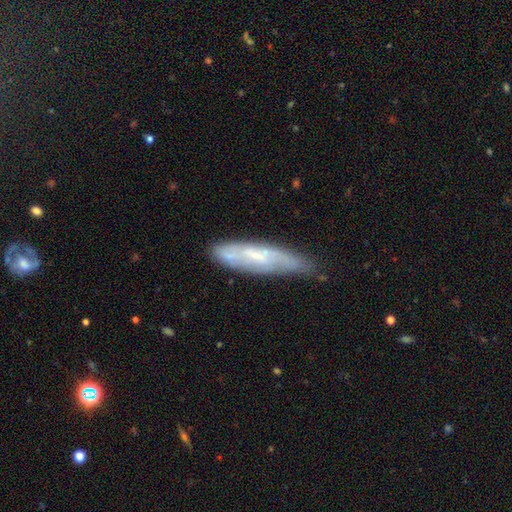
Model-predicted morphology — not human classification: Smooth or featured? Predicted: featured or disk (p=0.52). Edge-on disk? Predicted: no (p=0.60). Merging? Predicted: none (p=0.59).